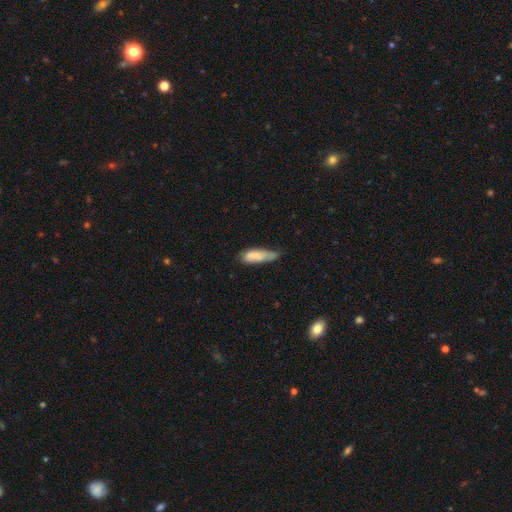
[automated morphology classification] This is likely a smooth galaxy (72%). How rounded: possibly in between (57%). Merging: marginally none (42%).